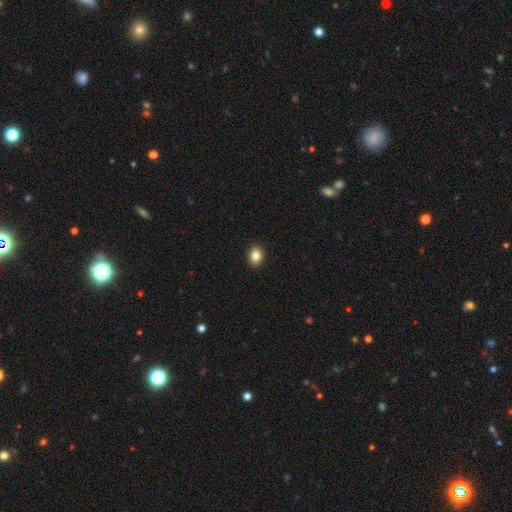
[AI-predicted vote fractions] Overall: smooth (84%). How rounded: in between (58%; round 41%). Merging: none (92%).